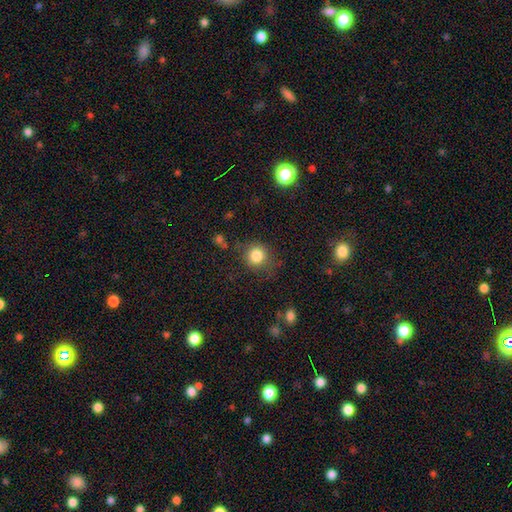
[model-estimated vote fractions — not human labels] The model was most divided on "merging": none: 75%, minor disturbance: 16%, major disturbance: 6%, merger: 3%. More confident: how rounded — round (87%); smooth or featured — smooth (83%).